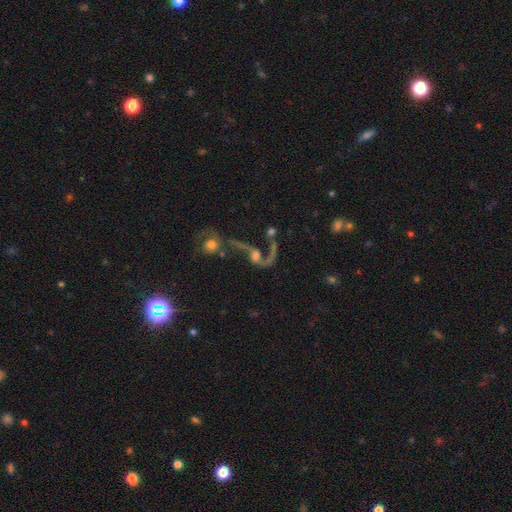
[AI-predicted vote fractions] Overall: featured or disk (72%). Edge-on disk: no (93%). Bar: no (64%; weak 26%). Spiral arms: yes (83%). Spiral arm count: 2 (71%). Spiral winding: loose (85%). Bulge size: moderate (43%; small 25%). Merging: merger (35%; none 28%).